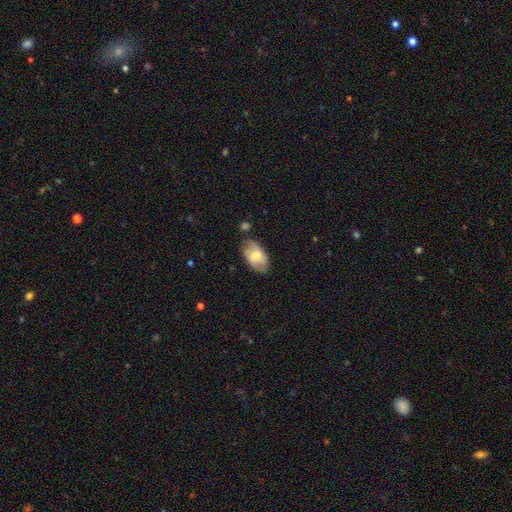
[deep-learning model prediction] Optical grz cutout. It shows a smooth galaxy with no disk features (59%) that is in between round and cigar-shaped (93%). Merging: none (69%).